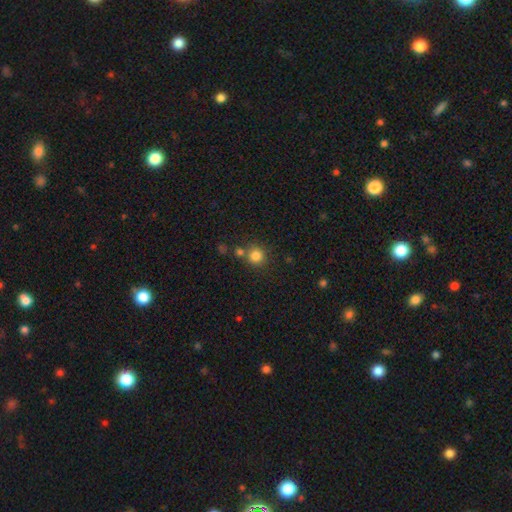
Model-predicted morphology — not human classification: smooth-or-featured: smooth: 82% | star or artifact: 12% | featured or disk: 6%
  how-rounded: round: 92% | in between: 7% | cigar-shaped: 1%
  merging: none: 72% | merger: 16% | minor disturbance: 9% | major disturbance: 3%